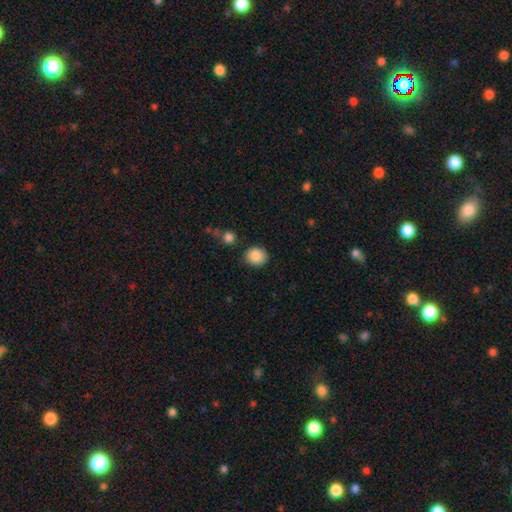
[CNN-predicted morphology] Q: Smooth or featured?
A: smooth (86%); runner-up: star or artifact (8%)
Q: How rounded?
A: round (75%); runner-up: in between (24%)
Q: Merging?
A: none (85%); runner-up: minor disturbance (10%)